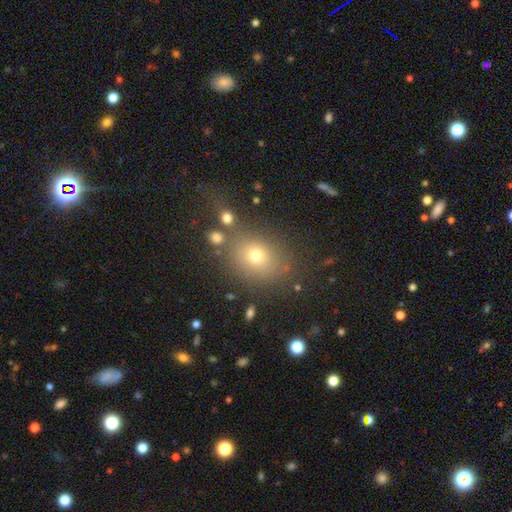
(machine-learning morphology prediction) This appears to be a smooth galaxy with no disk features (68%) that is round (57%). Merging: none (71%).